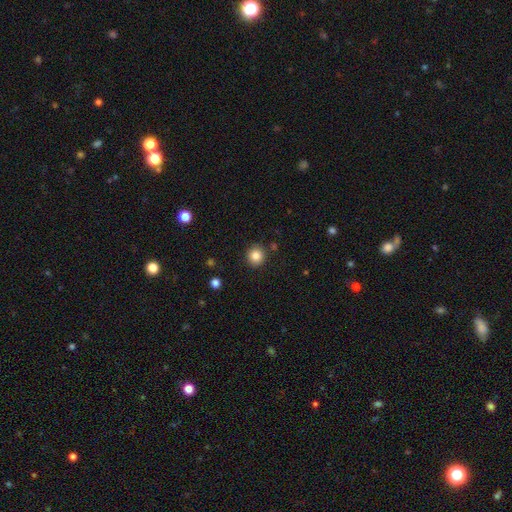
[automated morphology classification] The model was most divided on "smooth or featured": smooth: 84%, star or artifact: 11%, featured or disk: 5%. More confident: how rounded — round (93%); merging — none (89%).